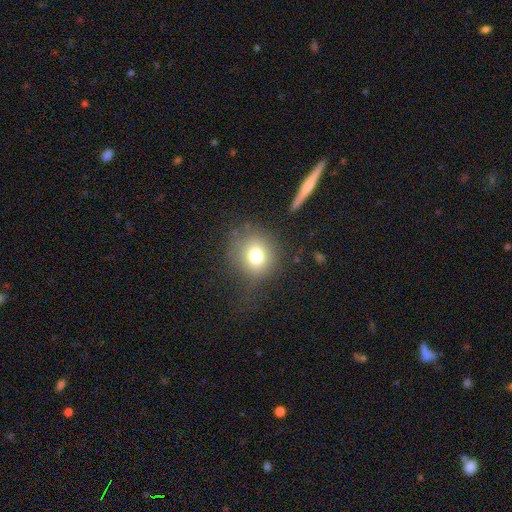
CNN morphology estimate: smooth_or_featured: smooth (p=0.74) [alt: star or artifact p=0.13]
how_rounded: round (p=0.83) [alt: in between p=0.16]
merging: none (p=0.71) [alt: minor disturbance p=0.16]